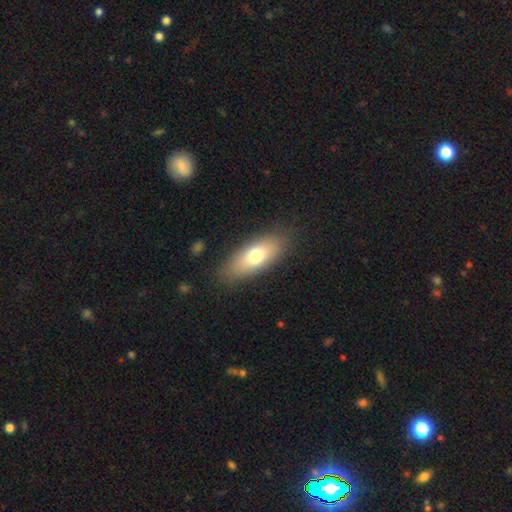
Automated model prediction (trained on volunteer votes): Q: Smooth or featured?
A: smooth (70%); runner-up: featured or disk (23%)
Q: How rounded?
A: in between (74%); runner-up: cigar-shaped (22%)
Q: Merging?
A: none (85%); runner-up: minor disturbance (11%)